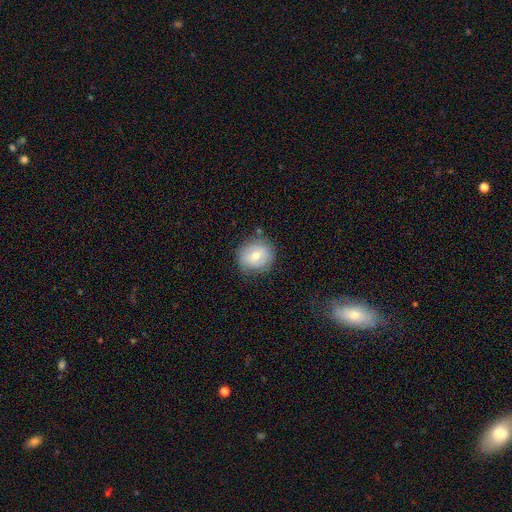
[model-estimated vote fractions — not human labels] This appears to be a smooth galaxy with no disk features (60%) that is round (82%). Merging: none (76%).